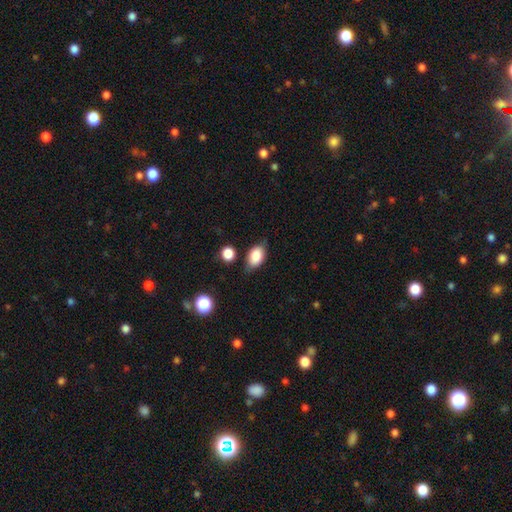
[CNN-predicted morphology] A smooth galaxy with no disk features (82%) that is in between round and cigar-shaped (85%).

Vote fractions:
- Smooth or featured? smooth: 82% / featured or disk: 10% / star or artifact: 8%
- How rounded? in between: 85% / round: 12% / cigar-shaped: 2%
- Merging? none: 71% / minor disturbance: 21% / major disturbance: 5% / merger: 4%